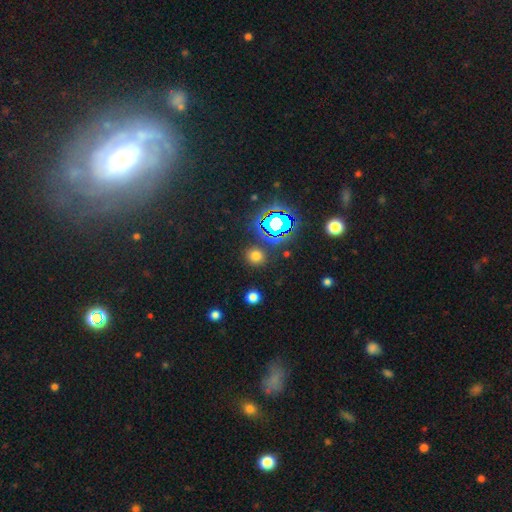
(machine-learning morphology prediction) The model was most divided on "smooth or featured": smooth: 66%, star or artifact: 28%, featured or disk: 6%. More confident: merging — none (87%); how rounded — round (85%).